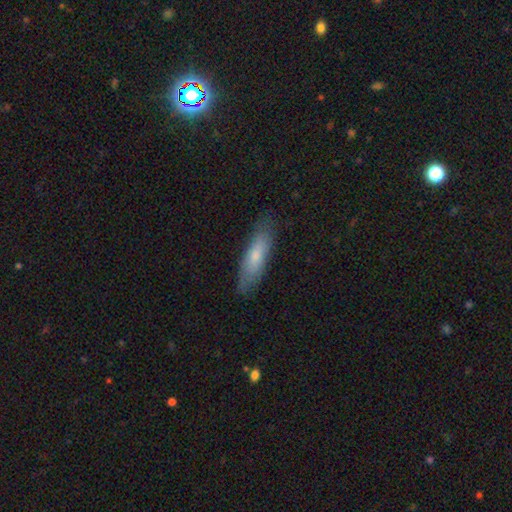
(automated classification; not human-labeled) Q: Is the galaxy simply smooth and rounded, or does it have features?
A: smooth — 69%.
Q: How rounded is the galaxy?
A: cigar-shaped — 61%.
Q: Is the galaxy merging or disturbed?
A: none — 80%.